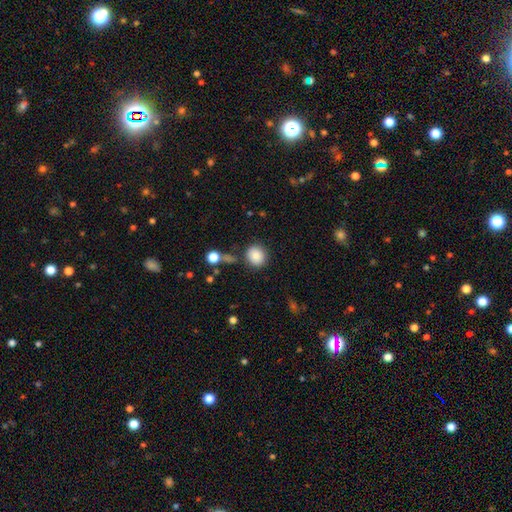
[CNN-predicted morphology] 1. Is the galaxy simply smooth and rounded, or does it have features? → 85% smooth, 9% star or artifact, 6% featured or disk.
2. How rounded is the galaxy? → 80% round, 19% in between, 1% cigar-shaped.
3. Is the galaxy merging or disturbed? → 80% none, 10% minor disturbance, 6% merger, 4% major disturbance.